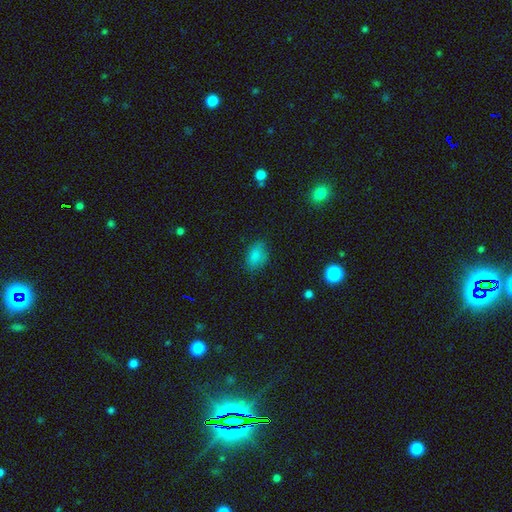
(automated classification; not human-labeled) This appears to be a smooth galaxy with no disk features (83%) that is in between round and cigar-shaped (89%). Merging: none (79%).